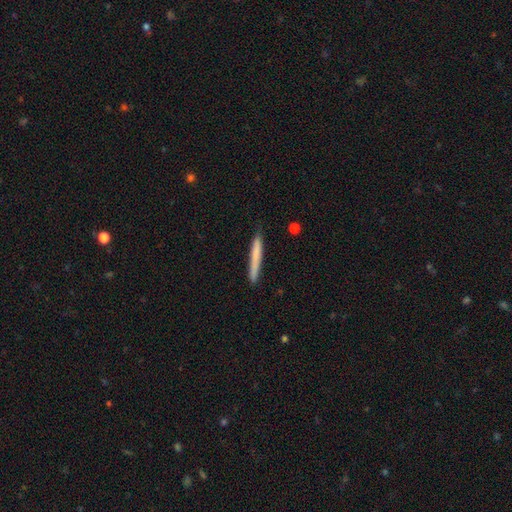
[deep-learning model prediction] This is likely a smooth galaxy (71%). How rounded: clearly cigar-shaped (97%). Merging: clearly none (87%).